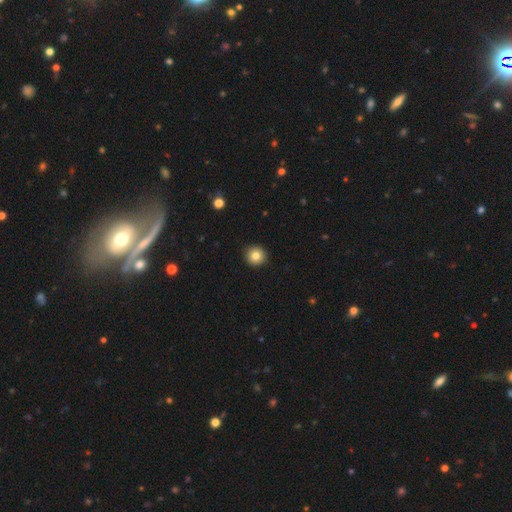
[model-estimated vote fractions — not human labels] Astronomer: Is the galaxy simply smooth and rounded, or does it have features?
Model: smooth — 82%.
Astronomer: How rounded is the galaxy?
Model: round — 95%.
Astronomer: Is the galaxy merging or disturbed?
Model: none — 93%.